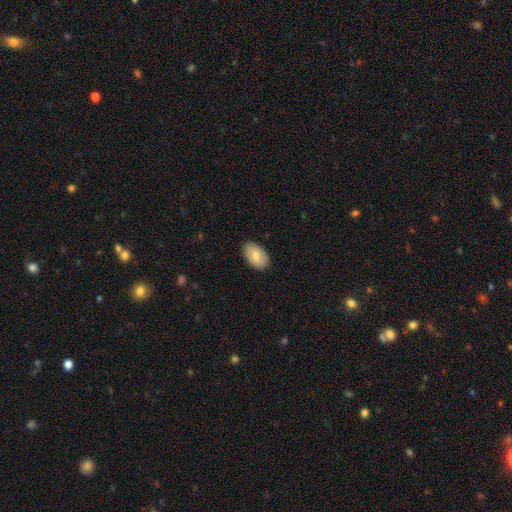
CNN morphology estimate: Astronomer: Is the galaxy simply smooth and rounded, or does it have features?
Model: smooth — 79%.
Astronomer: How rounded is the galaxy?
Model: in between — 92%.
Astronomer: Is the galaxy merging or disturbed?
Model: none — 84%.